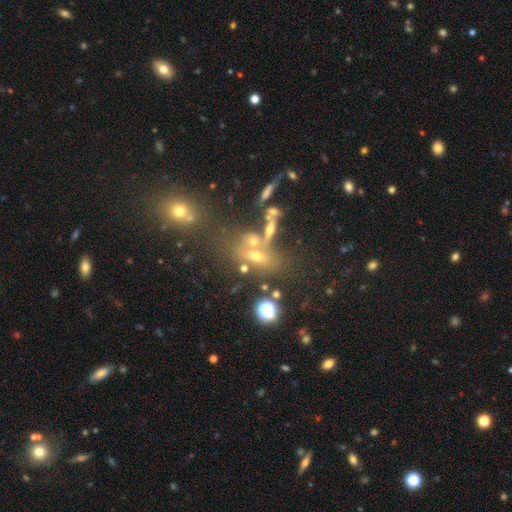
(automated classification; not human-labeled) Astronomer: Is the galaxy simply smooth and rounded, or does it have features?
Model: smooth — 39% (runner-up: star or artifact, 36%).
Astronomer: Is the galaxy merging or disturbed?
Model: none — 44% (runner-up: merger, 35%).